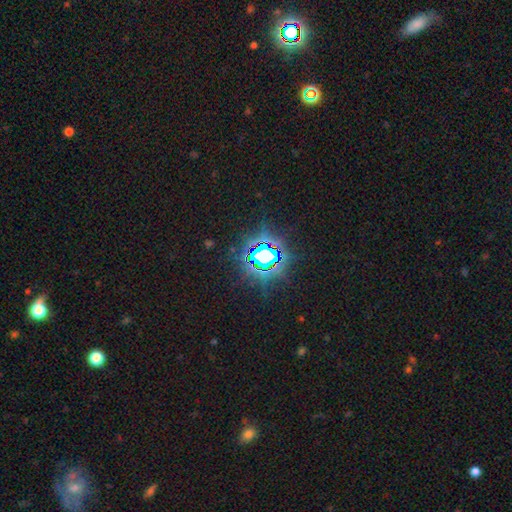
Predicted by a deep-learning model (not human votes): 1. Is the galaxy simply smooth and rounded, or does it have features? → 82% star or artifact, 10% smooth, 8% featured or disk.